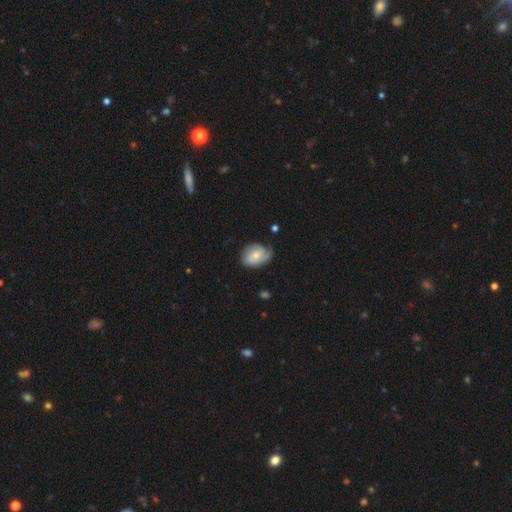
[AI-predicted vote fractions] A smooth galaxy with no disk features (50%).

Vote fractions:
- Smooth or featured? smooth: 50% / featured or disk: 43% / star or artifact: 7%
- Merging? none: 53% / minor disturbance: 33% / major disturbance: 13% / merger: 2%